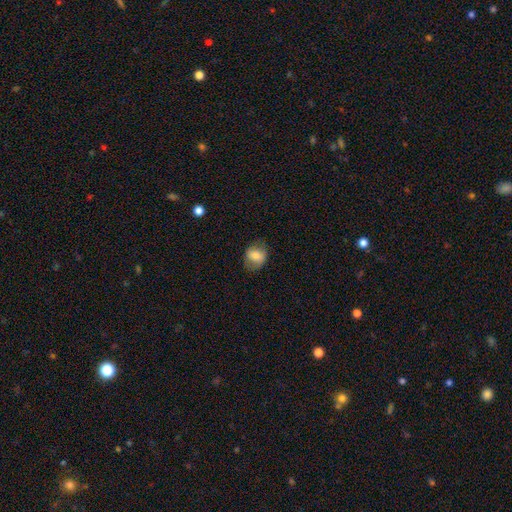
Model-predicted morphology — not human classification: A smooth galaxy with no disk features (73%) that is round (50%).

Vote fractions:
- Smooth or featured? smooth: 73% / featured or disk: 19% / star or artifact: 8%
- How rounded? round: 50% / in between: 48% / cigar-shaped: 1%
- Merging? none: 73% / minor disturbance: 18% / major disturbance: 7% / merger: 1%